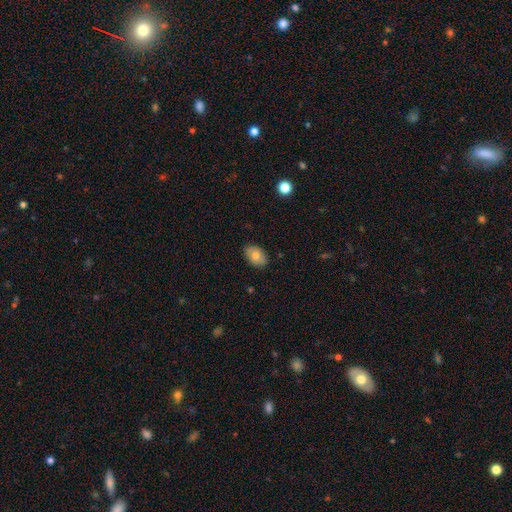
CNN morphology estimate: This appears to be a smooth galaxy with no disk features (78%) that is in between round and cigar-shaped (84%). Merging: none (85%).